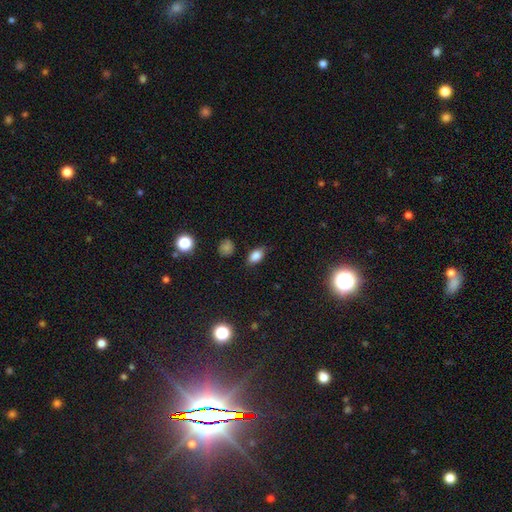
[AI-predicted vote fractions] Morphology: type=smooth (83%); roundness=in between (86%); merging=none (77%).